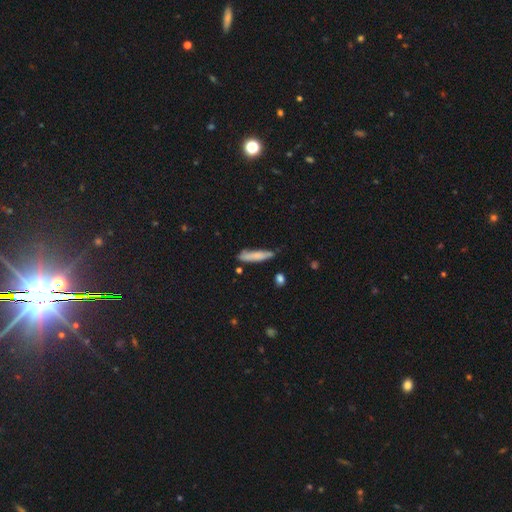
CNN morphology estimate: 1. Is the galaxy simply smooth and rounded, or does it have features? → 77% smooth, 16% featured or disk, 6% star or artifact.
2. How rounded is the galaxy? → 83% cigar-shaped, 15% in between, 2% round.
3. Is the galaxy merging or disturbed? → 68% none, 24% minor disturbance, 4% major disturbance, 4% merger.